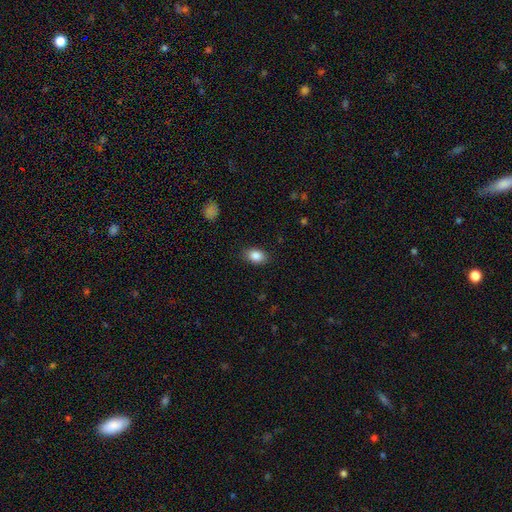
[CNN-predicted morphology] type=smooth (87%); roundness=in between (83%); merging=none (85%).